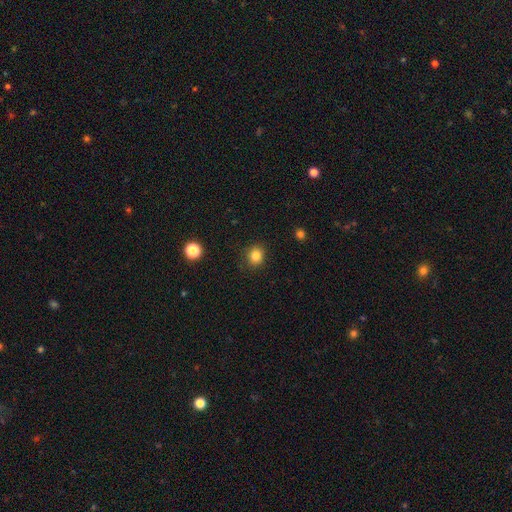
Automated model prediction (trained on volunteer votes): This is clearly a smooth galaxy (82%). How rounded: likely round (79%). Merging: clearly none (88%).